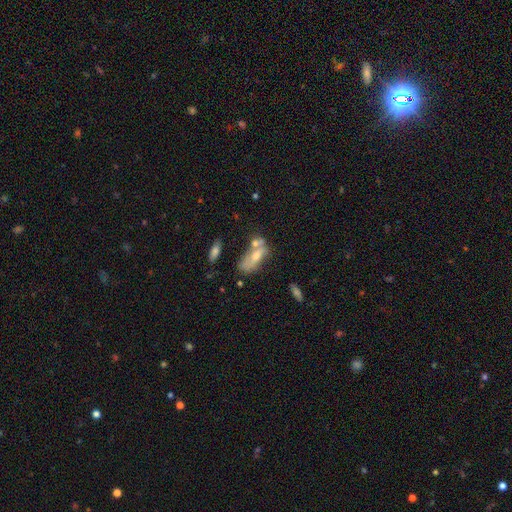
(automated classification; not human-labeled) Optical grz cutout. It shows a smooth galaxy with no disk features (45%). Merging: merger (37%).